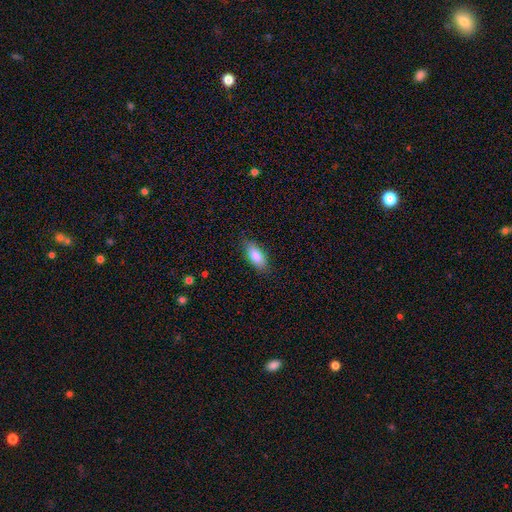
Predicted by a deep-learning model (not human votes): Morphology: type=smooth (84%); roundness=in between (85%); merging=none (84%).